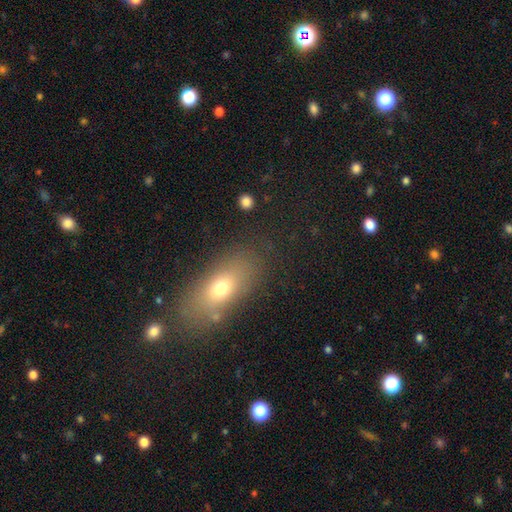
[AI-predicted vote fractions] Q: Smooth or featured?
A: smooth (65%); runner-up: featured or disk (19%)
Q: How rounded?
A: in between (75%); runner-up: cigar-shaped (15%)
Q: Merging?
A: none (80%); runner-up: minor disturbance (12%)